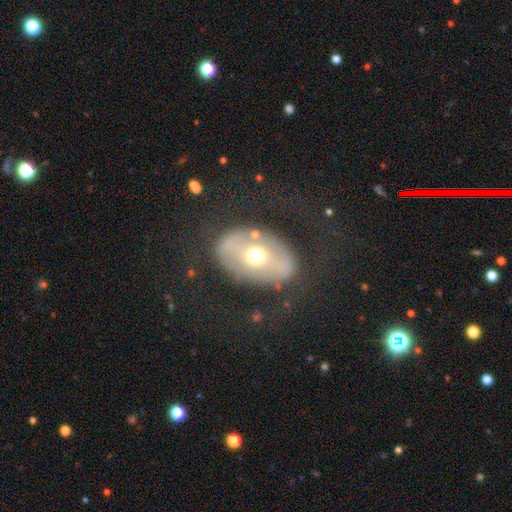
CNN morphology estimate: This is possibly a featured or disk galaxy (53%). It is clearly not viewed edge-on (90%). Merging: likely none (73%).